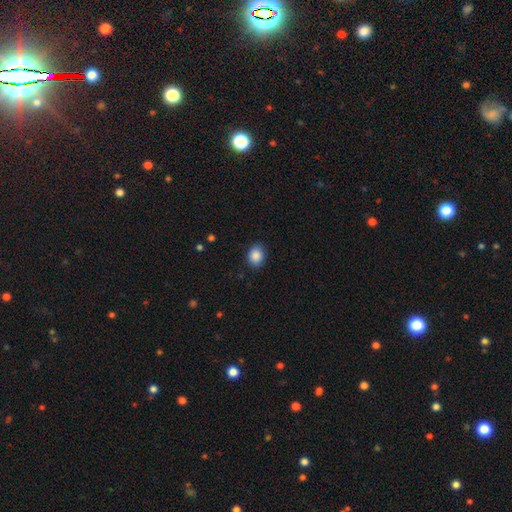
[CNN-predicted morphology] smooth 88%, star or artifact 8%, featured or disk 4%. Down the decision tree: how rounded — in between (52%); merging — none (86%).